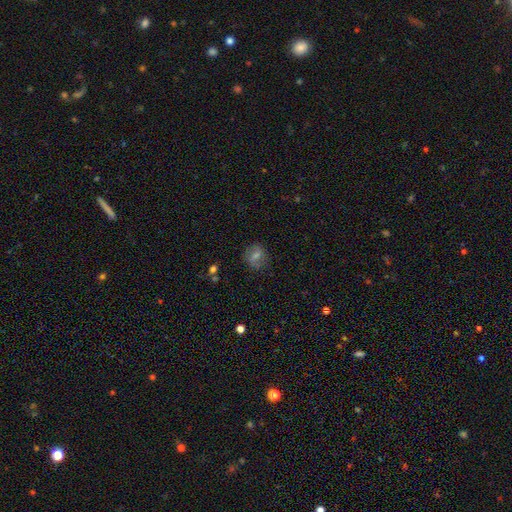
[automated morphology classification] smooth_or_featured: smooth (p=0.47) [alt: featured or disk p=0.33]
merging: none (p=0.81) [alt: minor disturbance p=0.13]